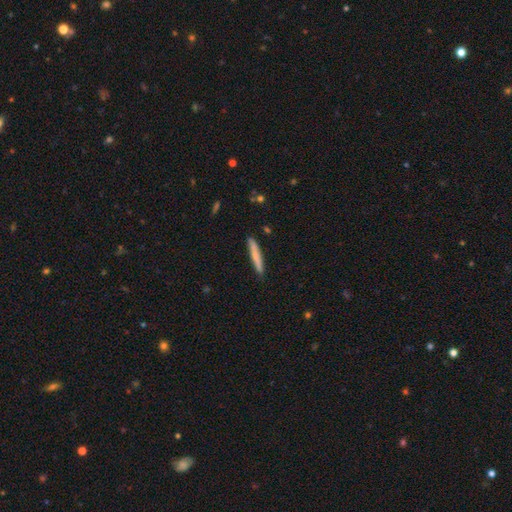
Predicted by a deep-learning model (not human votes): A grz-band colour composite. It shows a smooth galaxy with no disk features (73%) that is cigar-shaped (96%). Merging: none (90%).